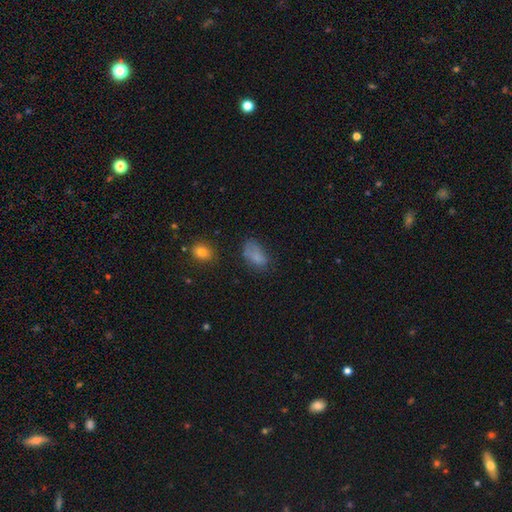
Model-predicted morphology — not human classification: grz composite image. It shows a smooth galaxy with no disk features (73%) that is in between round and cigar-shaped (89%). Merging: none (45%).